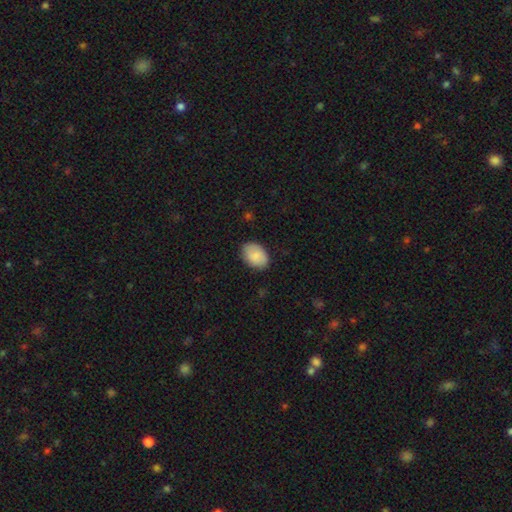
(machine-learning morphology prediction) The model was most divided on "how rounded": in between: 83%, round: 16%, cigar-shaped: 1%. More confident: smooth or featured — smooth (84%); merging — none (84%).